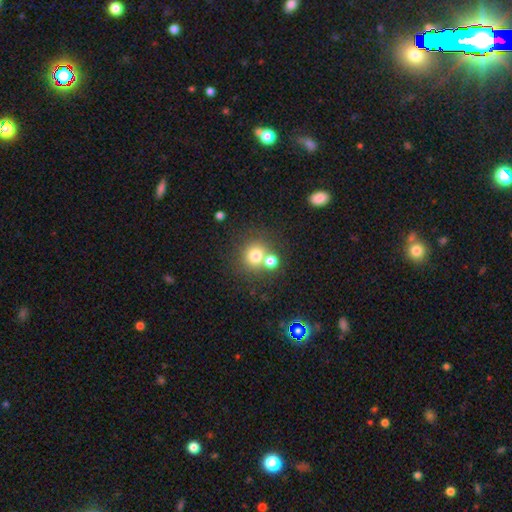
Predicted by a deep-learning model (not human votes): smooth_or_featured: smooth (p=0.75) [alt: star or artifact p=0.14]
how_rounded: round (p=0.88) [alt: in between p=0.11]
merging: none (p=0.56) [alt: merger p=0.33]